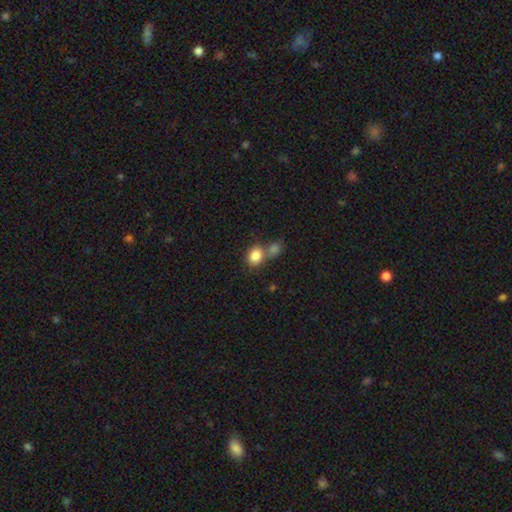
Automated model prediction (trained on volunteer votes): smooth-or-featured: smooth: 84% | star or artifact: 9% | featured or disk: 6%
  how-rounded: round: 57% | in between: 42% | cigar-shaped: 1%
  merging: merger: 45% | none: 43% | minor disturbance: 9% | major disturbance: 4%